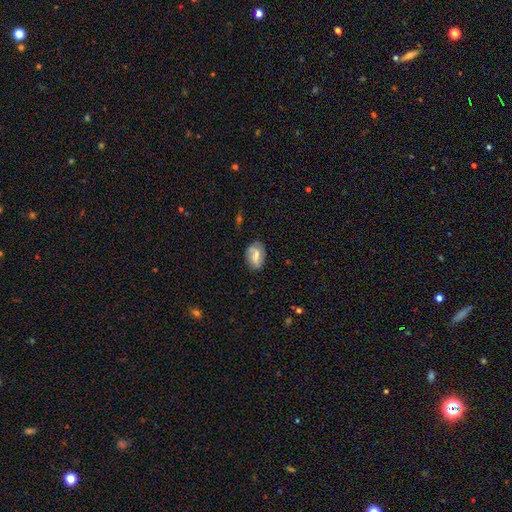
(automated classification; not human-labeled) Overall: smooth (55%; featured or disk 37%). How rounded: in between (84%). Merging: none (73%).